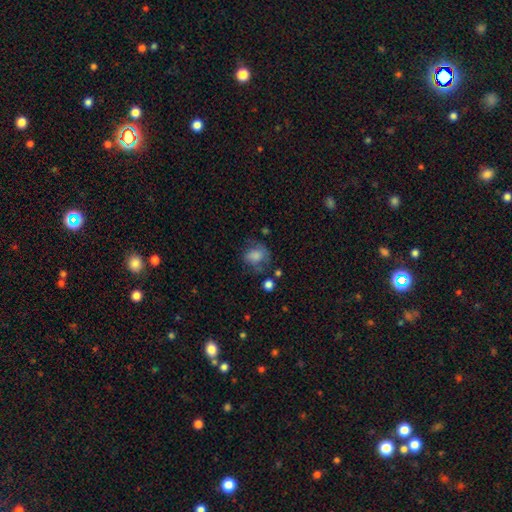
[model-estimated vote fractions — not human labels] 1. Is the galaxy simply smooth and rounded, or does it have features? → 72% smooth, 19% featured or disk, 10% star or artifact.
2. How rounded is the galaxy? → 60% round, 39% in between, 1% cigar-shaped.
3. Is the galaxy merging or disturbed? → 45% none, 28% minor disturbance, 21% major disturbance, 5% merger.